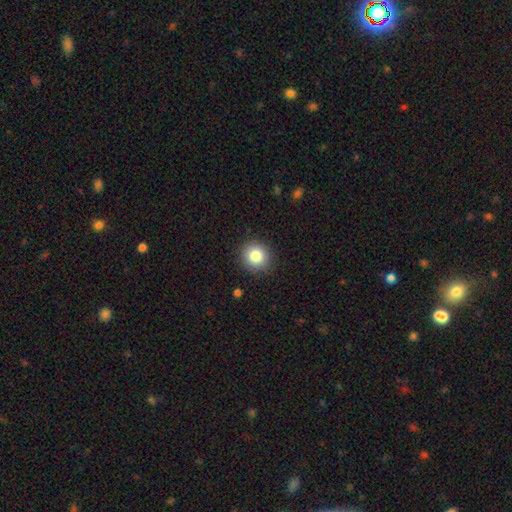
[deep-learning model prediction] smooth 84%, star or artifact 9%, featured or disk 7%. Down the decision tree: how rounded — round (87%); merging — none (90%).